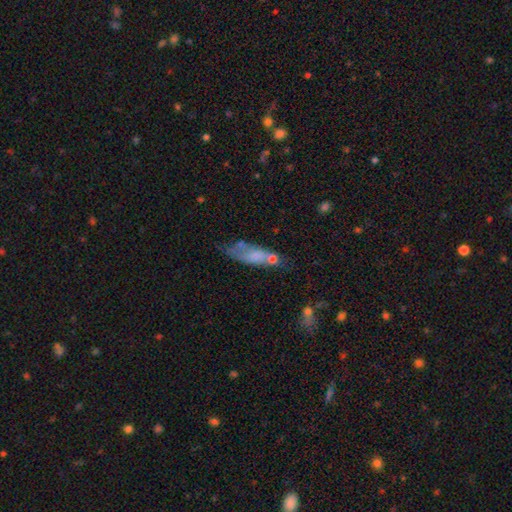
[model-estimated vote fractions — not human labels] This is likely a smooth galaxy (61%). How rounded: possibly in between (51%). Merging: marginally none (36%).